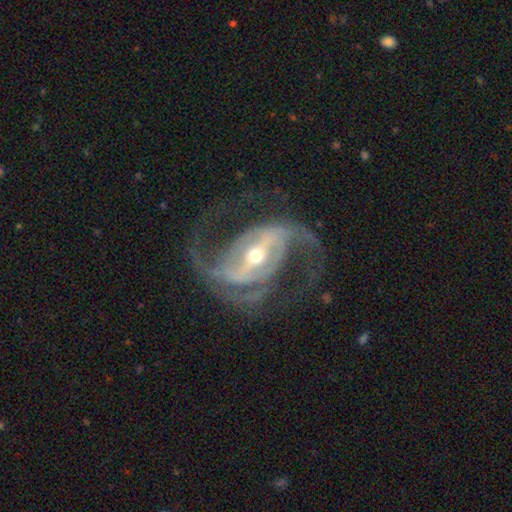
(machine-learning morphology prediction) This is clearly a featured or disk galaxy (92%). It is clearly not viewed edge-on (97%). Bar: likely strong (62%). Spiral arm pattern: clearly yes (97%). Spiral arm count: clearly 2 (81%). Spiral winding: possibly medium (55%). Central bulge: possibly moderate (52%). Merging: likely none (68%).